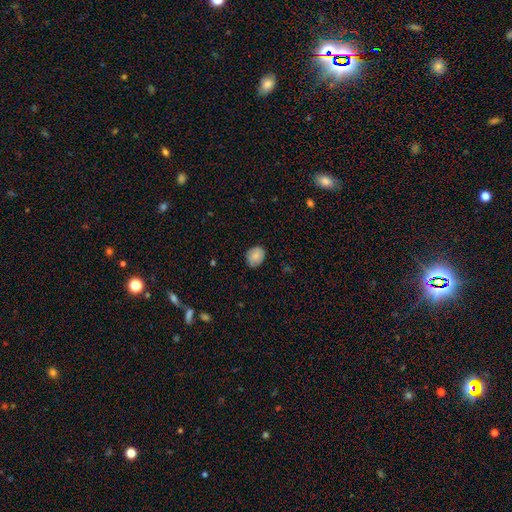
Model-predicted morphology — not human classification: Smooth or featured?
  - smooth: 82% *
  - featured or disk: 11%
  - star or artifact: 7%
How rounded?
  - round: 52% *
  - in between: 47%
  - cigar-shaped: 1%
Merging?
  - none: 81% *
  - minor disturbance: 16%
  - major disturbance: 3%
  - merger: 1%